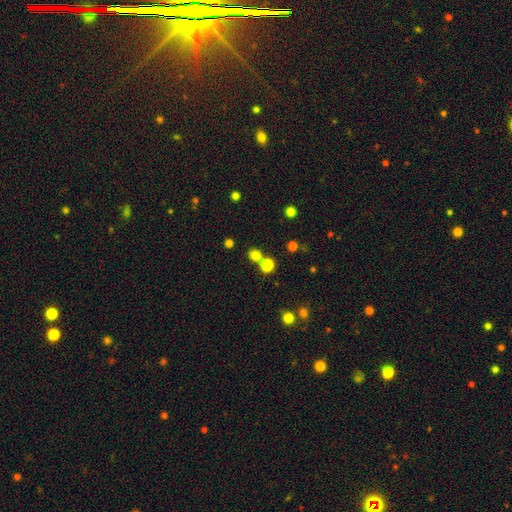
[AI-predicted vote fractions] This is likely a smooth galaxy (76%). How rounded: clearly round (84%). Merging: likely none (63%).